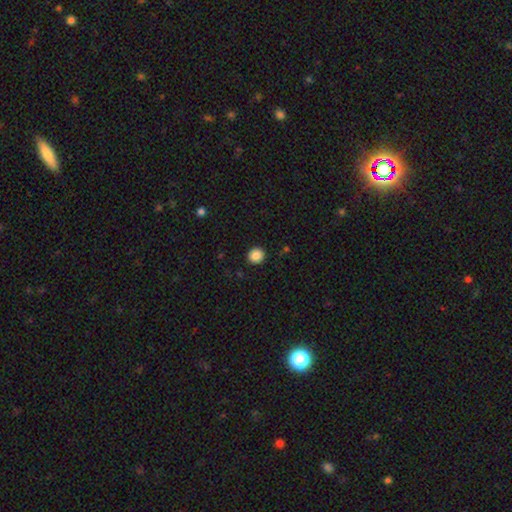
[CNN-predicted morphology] Q: Smooth or featured?
A: smooth (87%); runner-up: star or artifact (10%)
Q: How rounded?
A: round (90%); runner-up: in between (9%)
Q: Merging?
A: none (92%); runner-up: minor disturbance (5%)